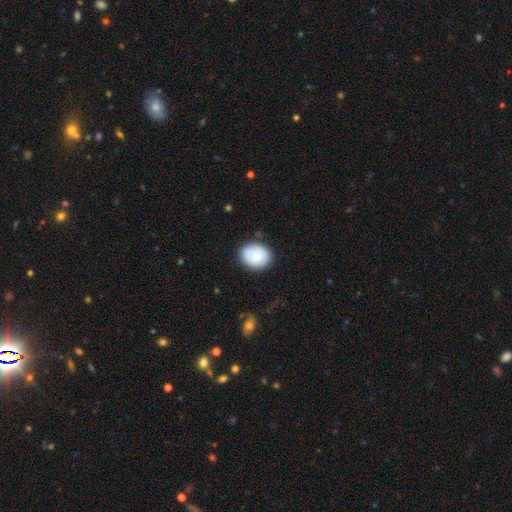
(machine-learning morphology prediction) A smooth galaxy with no disk features (72%) that is round (51%). Merging: none (80%).